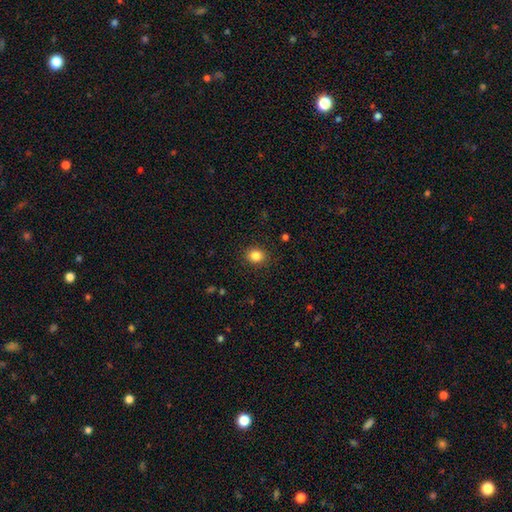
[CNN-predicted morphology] type=smooth (85%); roundness=round (65%); merging=none (89%).